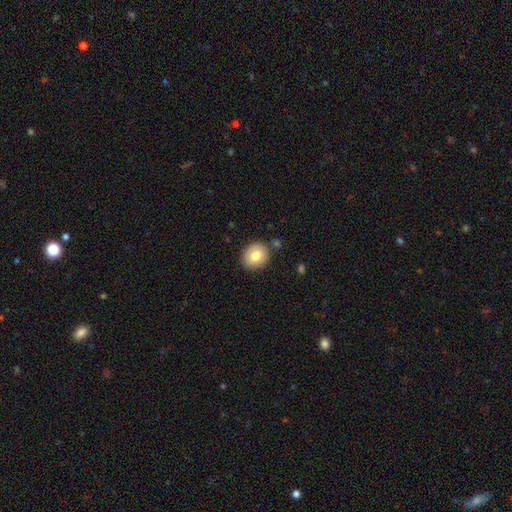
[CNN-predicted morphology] Q: Smooth or featured?
A: smooth (76%); runner-up: featured or disk (16%)
Q: How rounded?
A: round (65%); runner-up: in between (34%)
Q: Merging?
A: none (84%); runner-up: minor disturbance (10%)